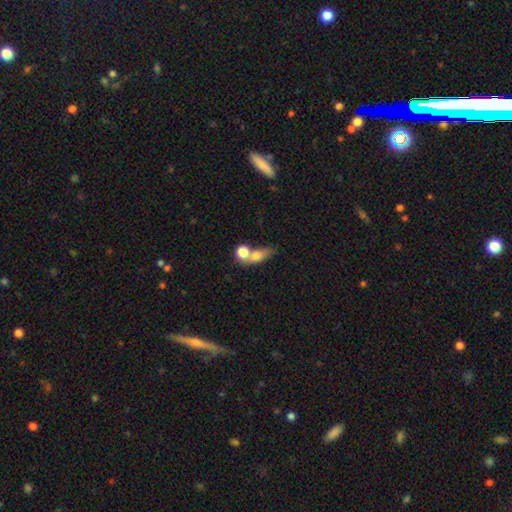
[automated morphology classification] The model was most divided on "how rounded": in between: 52%, round: 35%, cigar-shaped: 12%. More confident: smooth or featured — smooth (71%); merging — merger (52%).